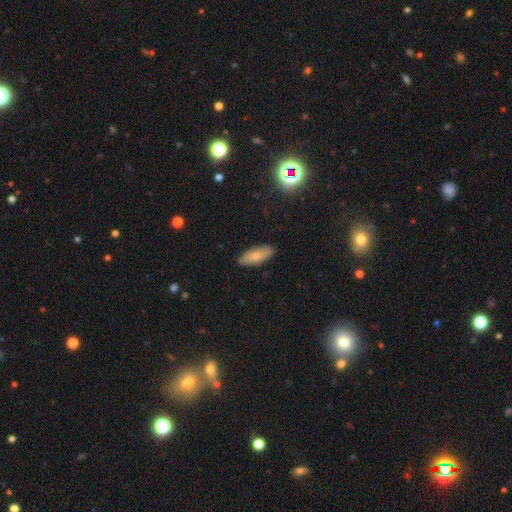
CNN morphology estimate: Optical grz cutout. It shows a smooth galaxy with no disk features (81%) that is in between round and cigar-shaped (72%). Merging: none (88%).